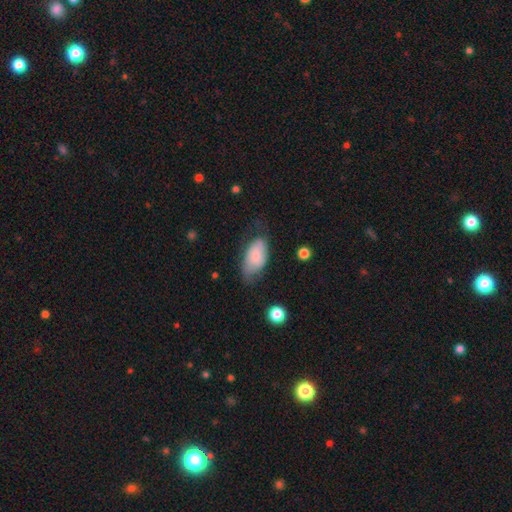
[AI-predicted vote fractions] smooth 77%, featured or disk 17%, star or artifact 7%. Down the decision tree: how rounded — in between (93%); merging — none (48%).